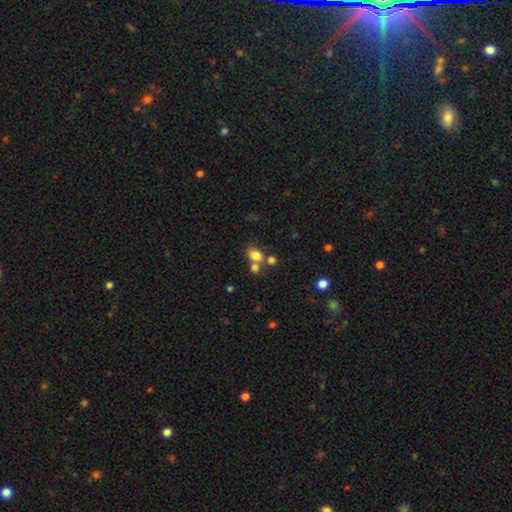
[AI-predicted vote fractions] smooth 78%, star or artifact 13%, featured or disk 9%. Down the decision tree: how rounded — in between (57%); merging — none (48%).